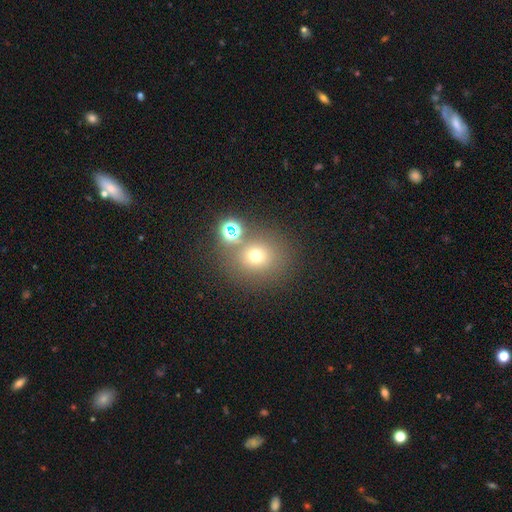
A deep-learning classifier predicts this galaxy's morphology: Smooth or featured? Predicted: smooth (p=0.67). How rounded? Predicted: round (p=0.81). Merging? Predicted: none (p=0.70).